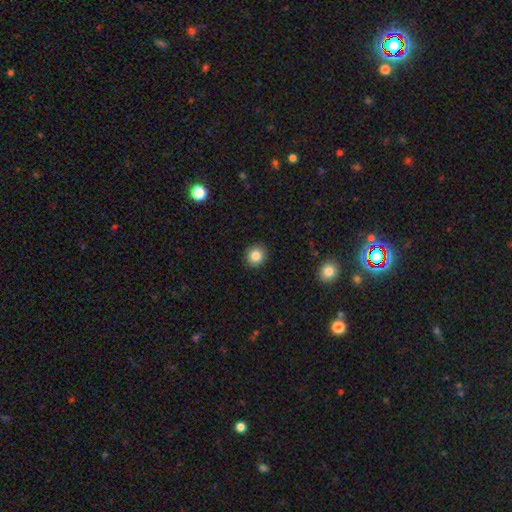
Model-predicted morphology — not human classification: smooth 84%, star or artifact 10%, featured or disk 6%. Down the decision tree: how rounded — round (88%); merging — none (92%).